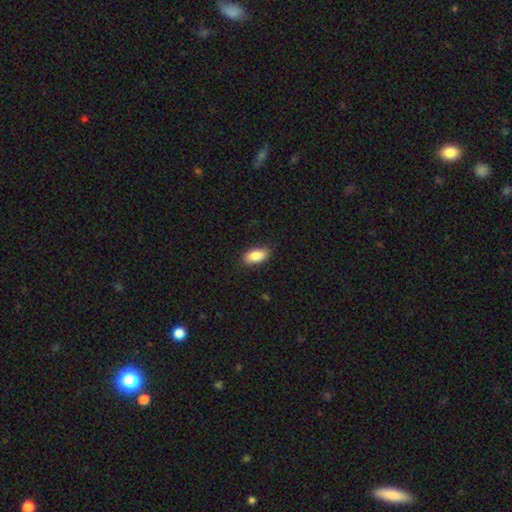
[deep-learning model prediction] This appears to be a smooth galaxy with no disk features (87%) that is in between round and cigar-shaped (91%). Merging: none (85%).